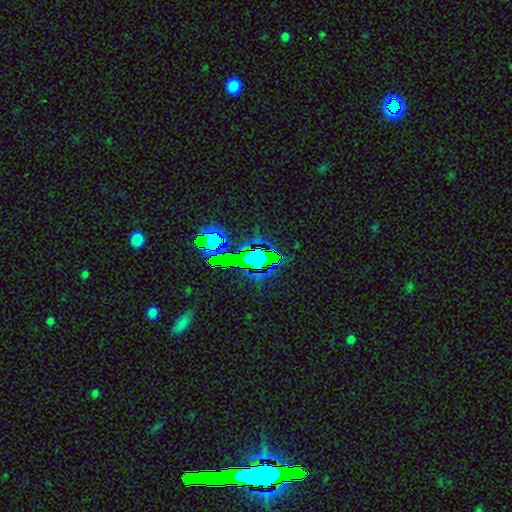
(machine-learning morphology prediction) star or artifact 75%, smooth 14%, featured or disk 11%.